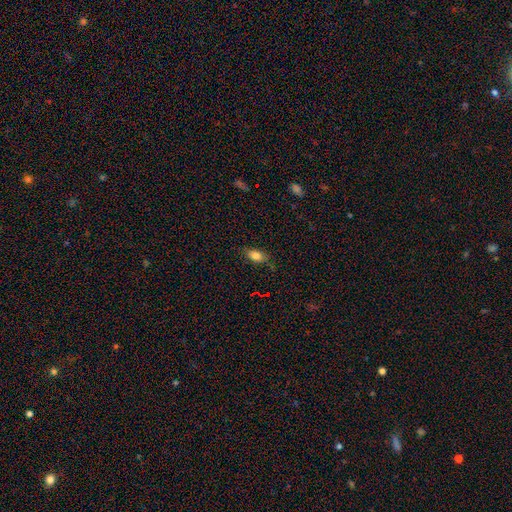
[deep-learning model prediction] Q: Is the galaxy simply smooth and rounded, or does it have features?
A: smooth — 81%.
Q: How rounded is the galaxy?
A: in between — 85%.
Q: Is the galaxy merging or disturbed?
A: none — 77%.